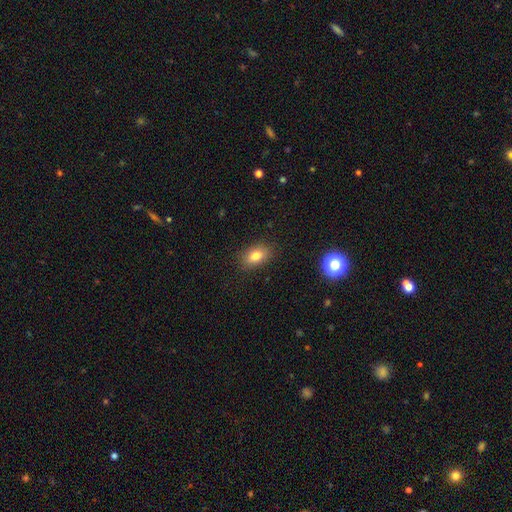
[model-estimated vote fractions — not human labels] The model was most divided on "smooth or featured": smooth: 80%, star or artifact: 10%, featured or disk: 9%. More confident: merging — none (86%); how rounded — in between (85%).